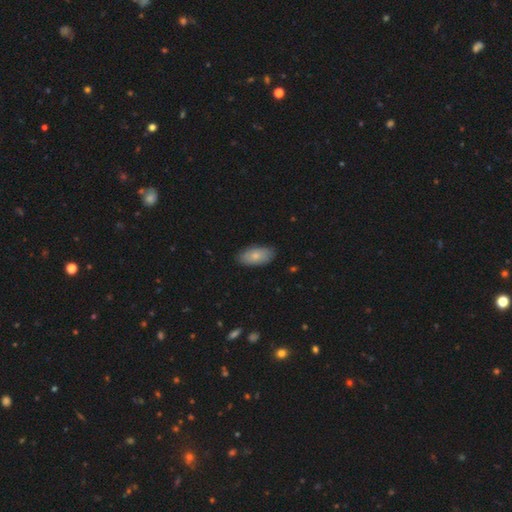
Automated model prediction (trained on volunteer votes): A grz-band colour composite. It shows a smooth galaxy with no disk features (75%) that is in between round and cigar-shaped (93%). Merging: none (84%).